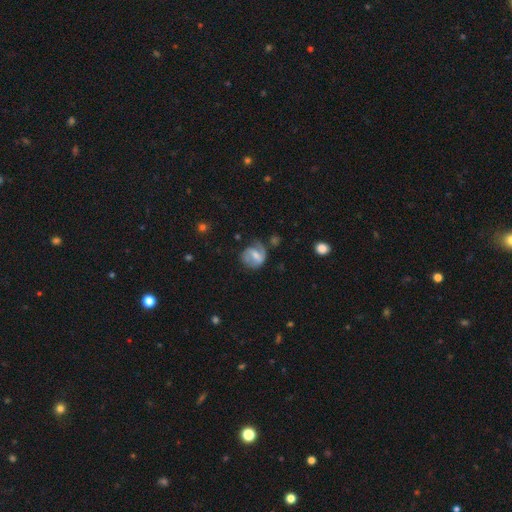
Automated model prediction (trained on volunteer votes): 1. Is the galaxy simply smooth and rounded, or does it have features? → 64% featured or disk, 29% smooth, 7% star or artifact.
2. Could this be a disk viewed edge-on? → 97% no, 3% yes.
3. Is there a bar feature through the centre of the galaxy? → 48% weak, 33% strong, 19% no.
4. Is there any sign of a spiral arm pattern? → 83% yes, 17% no.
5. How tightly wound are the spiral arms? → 43% medium, 30% tight, 27% loose.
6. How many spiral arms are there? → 62% 2, 23% 1, 11% can't tell, 2% 3, 1% 4, 1% more than 4.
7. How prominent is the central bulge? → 45% moderate, 42% small, 8% none, 4% large, 1% dominant.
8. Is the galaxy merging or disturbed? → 56% none, 25% minor disturbance, 16% major disturbance, 3% merger.